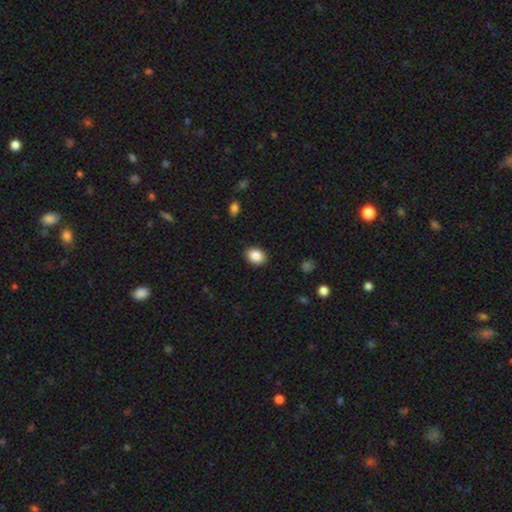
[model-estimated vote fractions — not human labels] Smooth or featured? smooth (86%)
How rounded? in between (57%)
Merging? none (90%)